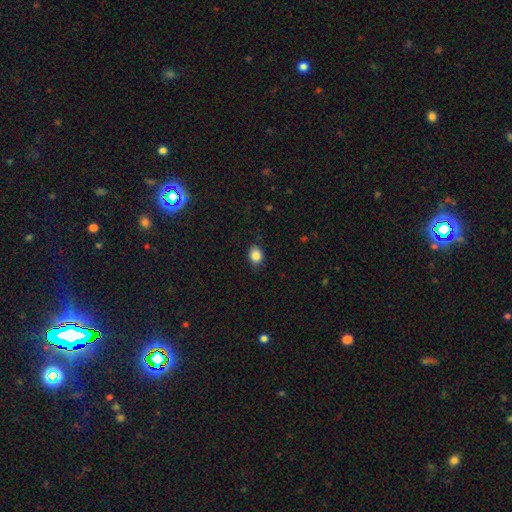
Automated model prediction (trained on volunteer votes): Smooth or featured?
  - smooth: 85% *
  - star or artifact: 10%
  - featured or disk: 5%
How rounded?
  - round: 50% *
  - in between: 49%
  - cigar-shaped: 1%
Merging?
  - none: 82% *
  - minor disturbance: 14%
  - major disturbance: 3%
  - merger: 1%